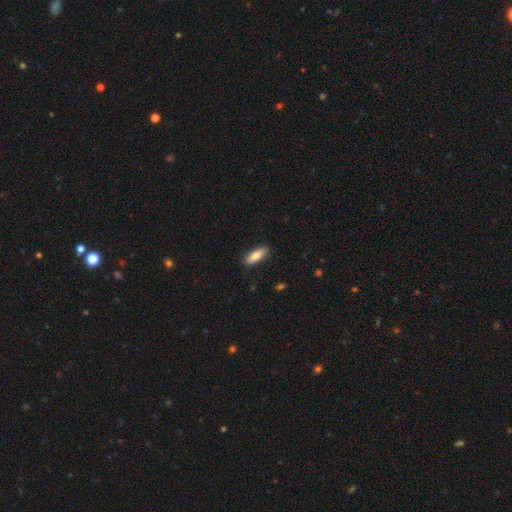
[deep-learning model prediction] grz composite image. It shows a smooth galaxy with no disk features (80%) that is in between round and cigar-shaped (65%). Merging: none (89%).